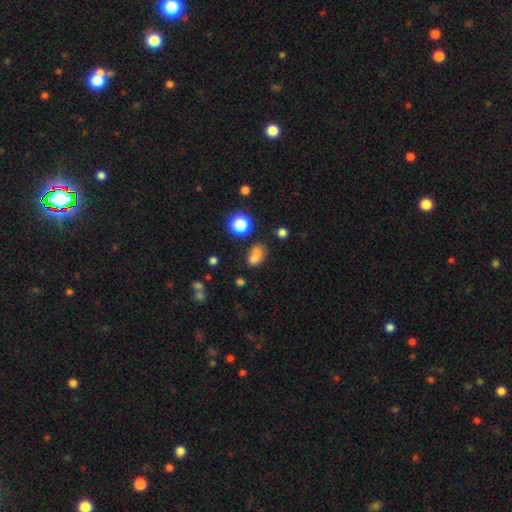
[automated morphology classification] Smooth or featured?
  - smooth: 72% *
  - star or artifact: 17%
  - featured or disk: 11%
How rounded?
  - in between: 69% *
  - round: 29%
  - cigar-shaped: 2%
Merging?
  - none: 44% *
  - merger: 28%
  - minor disturbance: 19%
  - major disturbance: 10%